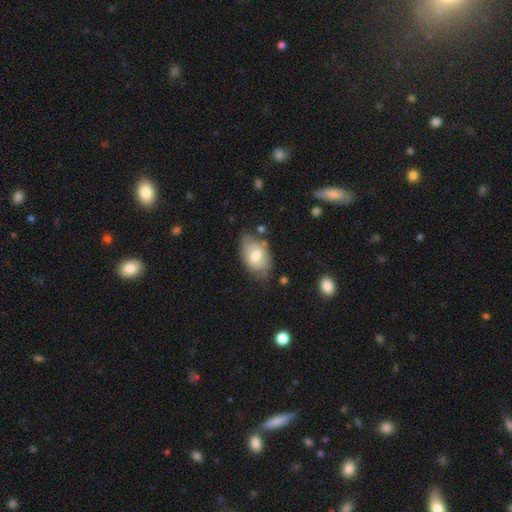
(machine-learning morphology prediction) Overall: smooth (55%; featured or disk 38%). How rounded: in between (87%). Merging: none (53%; minor disturbance 32%).